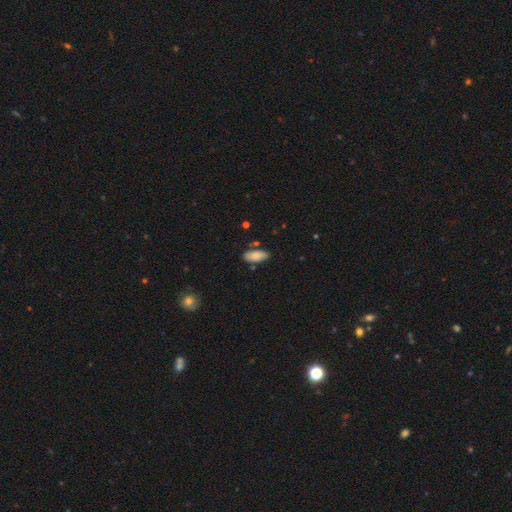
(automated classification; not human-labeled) smooth 83%, featured or disk 10%, star or artifact 7%. Down the decision tree: how rounded — in between (87%); merging — none (75%).